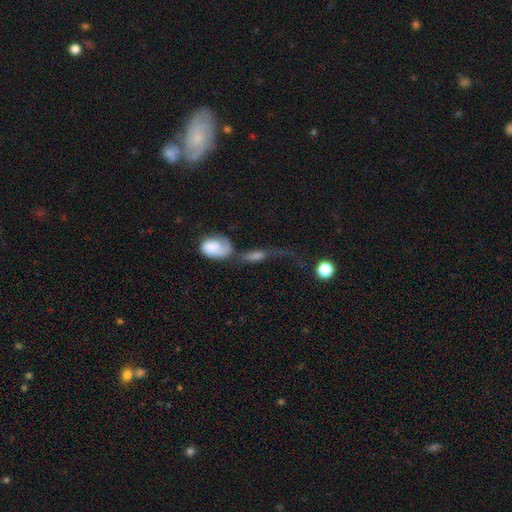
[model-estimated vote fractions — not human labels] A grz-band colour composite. It shows a smooth galaxy with no disk features (46%). Merging: merger (38%).